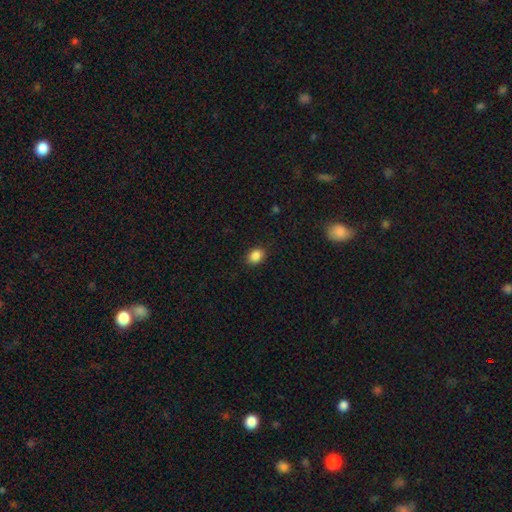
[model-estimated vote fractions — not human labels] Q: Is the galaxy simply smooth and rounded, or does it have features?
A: smooth — 87%.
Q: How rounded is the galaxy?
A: in between — 55%.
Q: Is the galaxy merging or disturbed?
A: none — 86%.